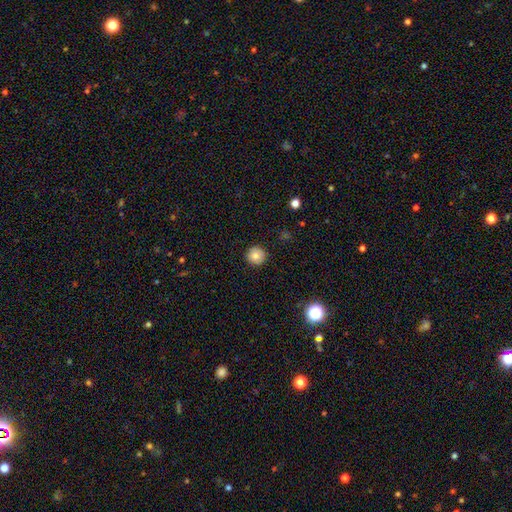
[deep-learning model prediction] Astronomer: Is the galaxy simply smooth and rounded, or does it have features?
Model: smooth — 84%.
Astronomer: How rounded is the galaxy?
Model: round — 95%.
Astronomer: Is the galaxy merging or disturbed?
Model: none — 92%.